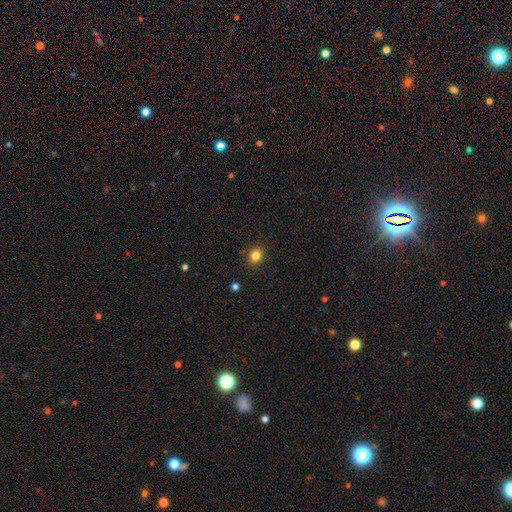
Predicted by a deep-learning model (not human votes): Overall: smooth (83%). How rounded: in between (50%; round 49%). Merging: none (88%).